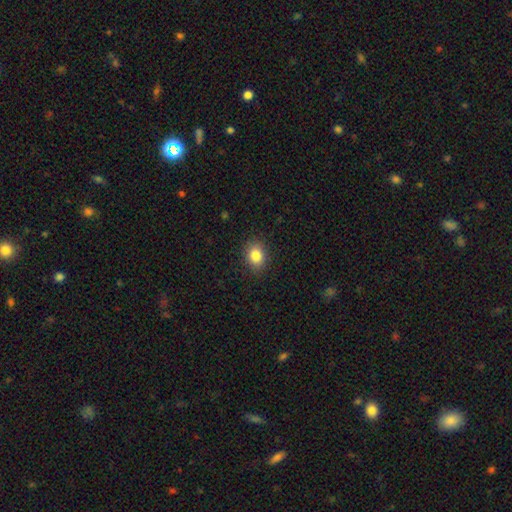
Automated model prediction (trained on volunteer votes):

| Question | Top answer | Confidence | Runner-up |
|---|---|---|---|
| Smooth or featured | smooth | 84% | star or artifact (10%) |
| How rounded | round | 53% | in between (46%) |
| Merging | none | 88% | minor disturbance (8%) |